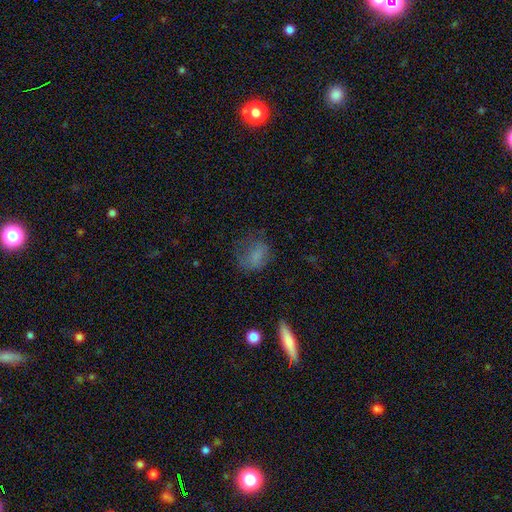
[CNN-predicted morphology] smooth-or-featured: smooth: 68% | featured or disk: 19% | star or artifact: 13%
  how-rounded: in between: 52% | round: 46% | cigar-shaped: 2%
  merging: none: 45% | major disturbance: 27% | minor disturbance: 25% | merger: 2%